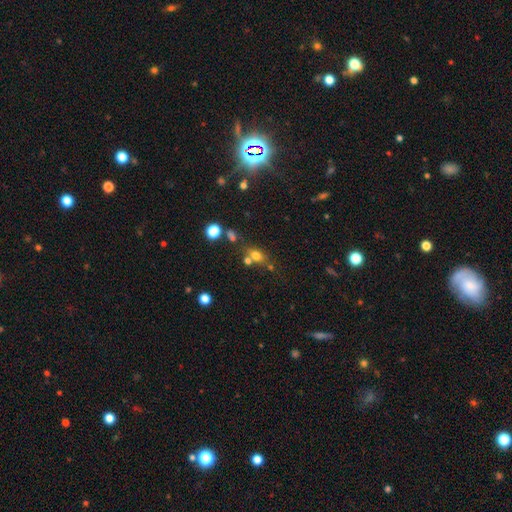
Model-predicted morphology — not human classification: Smooth or featured? smooth (70%)
How rounded? in between (55%)
Merging? none (56%)